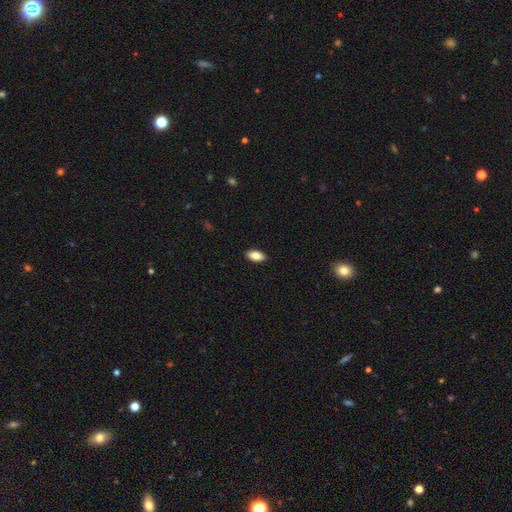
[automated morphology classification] This is clearly a smooth galaxy (86%). How rounded: clearly in between (91%). Merging: clearly none (90%).